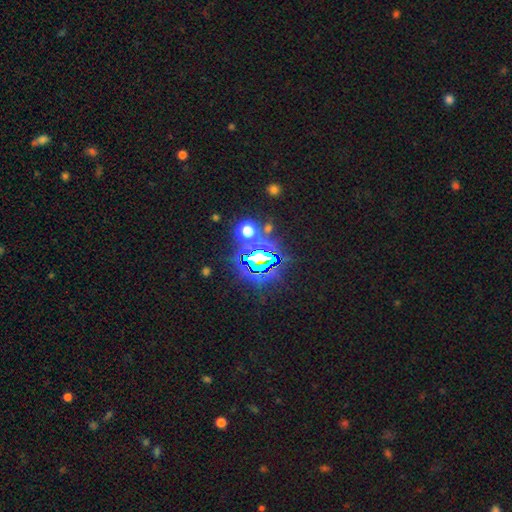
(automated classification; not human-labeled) Q: Smooth or featured?
A: star or artifact (75%); runner-up: smooth (16%)